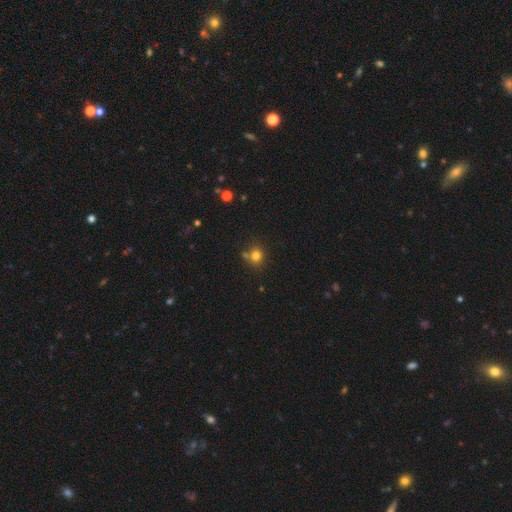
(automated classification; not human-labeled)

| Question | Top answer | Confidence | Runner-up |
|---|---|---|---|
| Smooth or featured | smooth | 78% | star or artifact (15%) |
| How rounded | round | 82% | in between (17%) |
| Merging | none | 68% | merger (17%) |